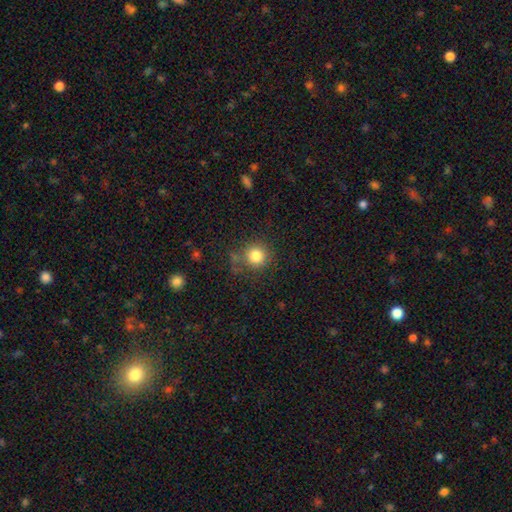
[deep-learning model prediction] Q: Smooth or featured?
A: smooth (82%); runner-up: star or artifact (11%)
Q: How rounded?
A: round (92%); runner-up: in between (7%)
Q: Merging?
A: none (75%); runner-up: minor disturbance (14%)